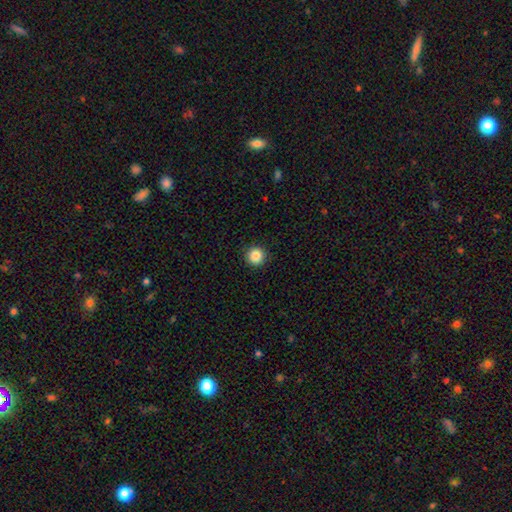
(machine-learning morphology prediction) A smooth galaxy with no disk features (86%) that is round (96%). Merging: none (92%).